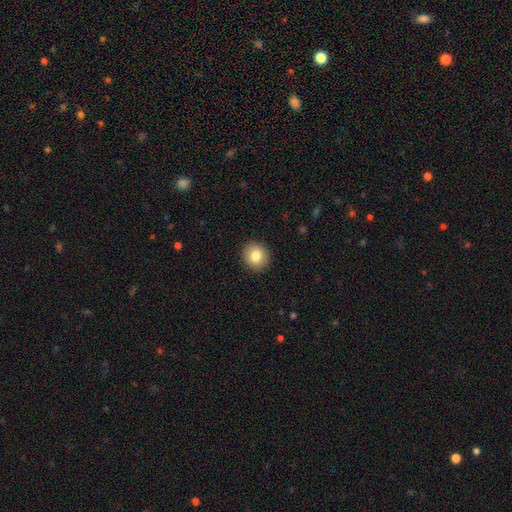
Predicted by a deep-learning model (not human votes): Smooth or featured? smooth (82%)
How rounded? round (87%)
Merging? none (92%)